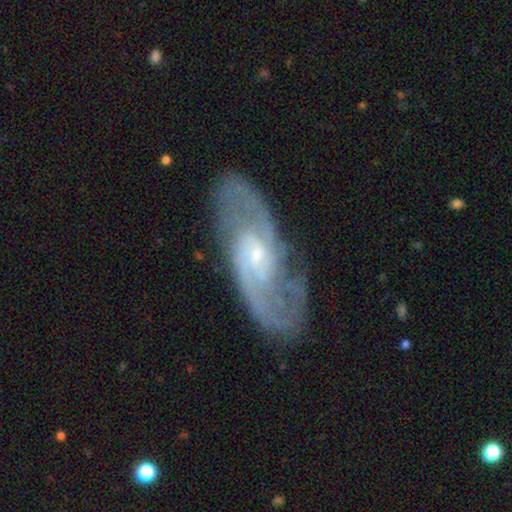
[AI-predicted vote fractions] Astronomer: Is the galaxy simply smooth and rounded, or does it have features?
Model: featured or disk — 88%.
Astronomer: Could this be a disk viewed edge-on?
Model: no — 93%.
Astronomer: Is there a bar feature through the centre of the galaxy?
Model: no — 48% (runner-up: weak, 43%).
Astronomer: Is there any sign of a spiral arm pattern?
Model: yes — 97%.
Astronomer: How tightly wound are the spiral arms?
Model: medium — 51% (runner-up: tight, 32%).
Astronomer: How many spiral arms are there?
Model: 2 — 78%.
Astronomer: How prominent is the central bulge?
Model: small — 71%.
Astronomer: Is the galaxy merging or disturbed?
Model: none — 79%.